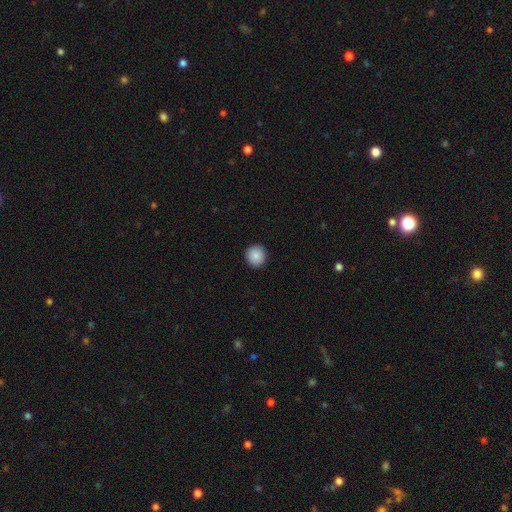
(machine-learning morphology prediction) Smooth or featured? smooth (88%)
How rounded? round (93%)
Merging? none (92%)